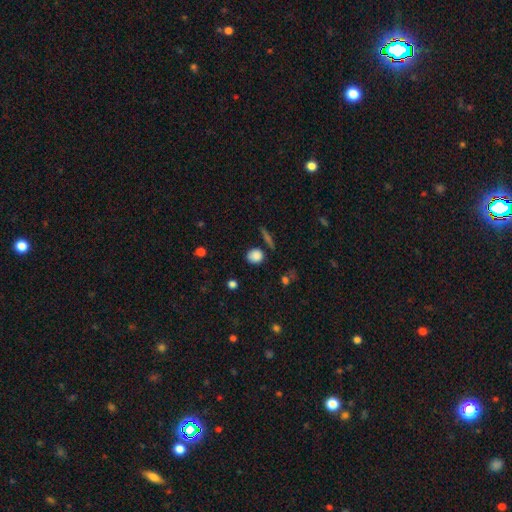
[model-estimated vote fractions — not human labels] Smooth or featured? smooth (83%)
How rounded? round (72%)
Merging? none (78%)